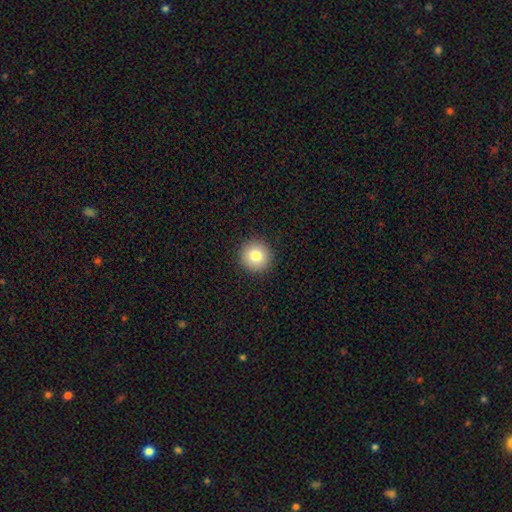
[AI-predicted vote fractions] Smooth or featured?
  - smooth: 80% *
  - star or artifact: 11%
  - featured or disk: 10%
How rounded?
  - round: 95% *
  - in between: 4%
  - cigar-shaped: 1%
Merging?
  - none: 92% *
  - minor disturbance: 5%
  - major disturbance: 2%
  - merger: 1%